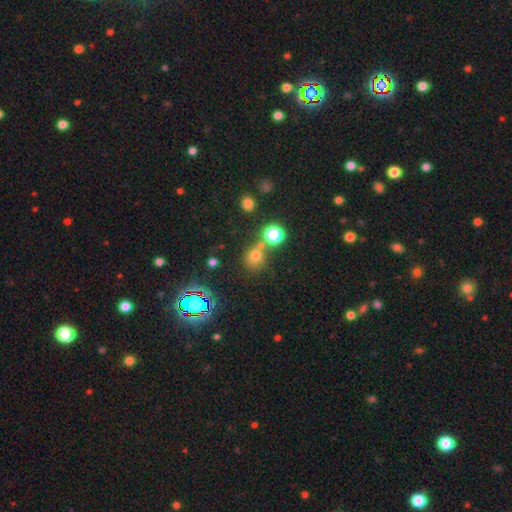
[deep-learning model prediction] This appears to be a smooth galaxy with no disk features (67%) that is round (84%). Merging: none (60%).